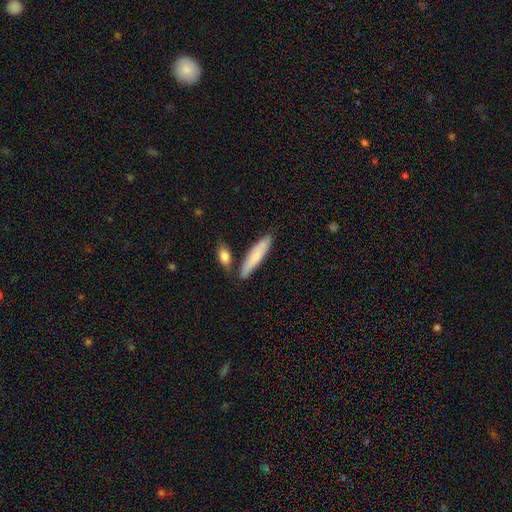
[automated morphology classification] Q: Smooth or featured?
A: smooth (74%); runner-up: featured or disk (21%)
Q: How rounded?
A: cigar-shaped (79%); runner-up: in between (19%)
Q: Merging?
A: none (78%); runner-up: minor disturbance (12%)